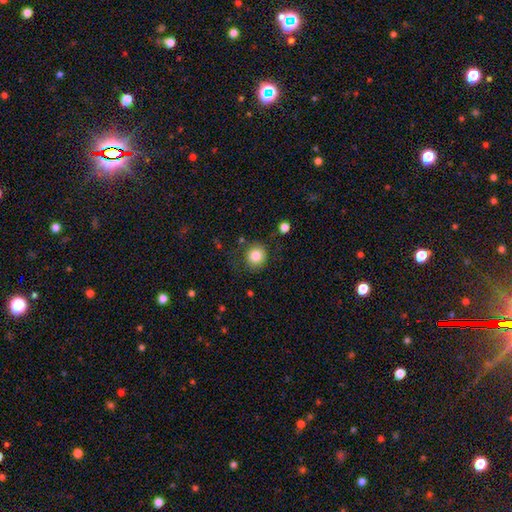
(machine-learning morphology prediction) Overall: smooth (83%). How rounded: round (90%). Merging: none (79%).